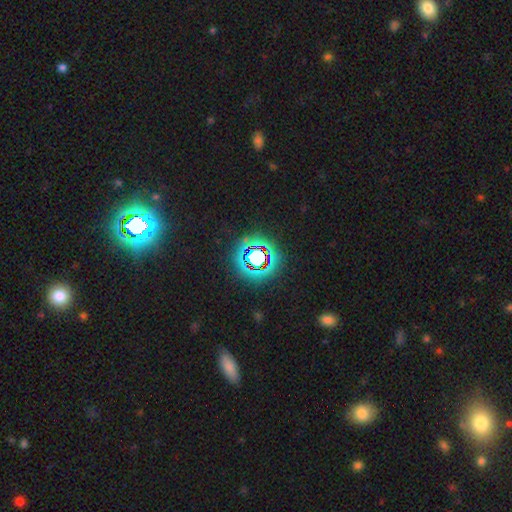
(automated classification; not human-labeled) Overall: star or artifact (71%).